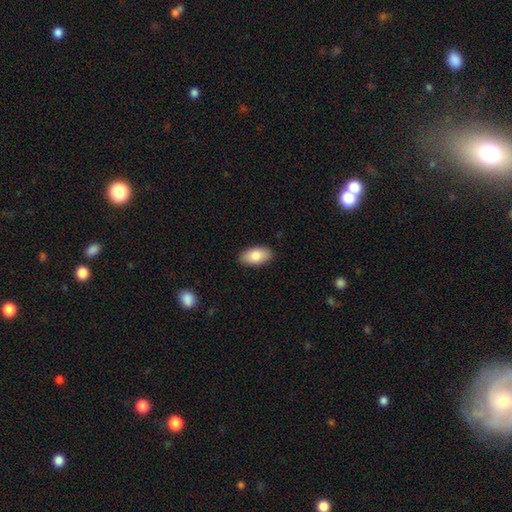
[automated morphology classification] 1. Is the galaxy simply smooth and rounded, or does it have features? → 84% smooth, 10% featured or disk, 6% star or artifact.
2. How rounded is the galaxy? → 94% in between, 3% round, 3% cigar-shaped.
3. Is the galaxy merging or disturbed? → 89% none, 8% minor disturbance, 2% major disturbance, 1% merger.